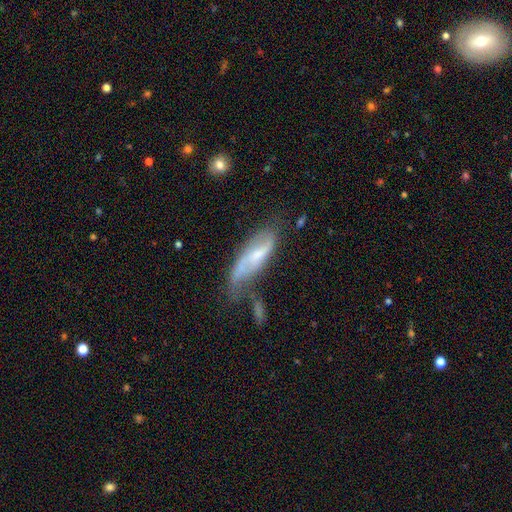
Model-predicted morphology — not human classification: smooth-or-featured: featured or disk: 63% | smooth: 29% | star or artifact: 8%
  disk-edge-on: no: 81% | yes: 19%
    bar: weak: 44% | no: 38% | strong: 18%
    has-spiral-arms: yes: 83% | no: 17%
    bulge-size: small: 49% | moderate: 35% | none: 11% | large: 4% | dominant: 1%
  merging: none: 42% | minor disturbance: 30% | major disturbance: 17% | merger: 11%